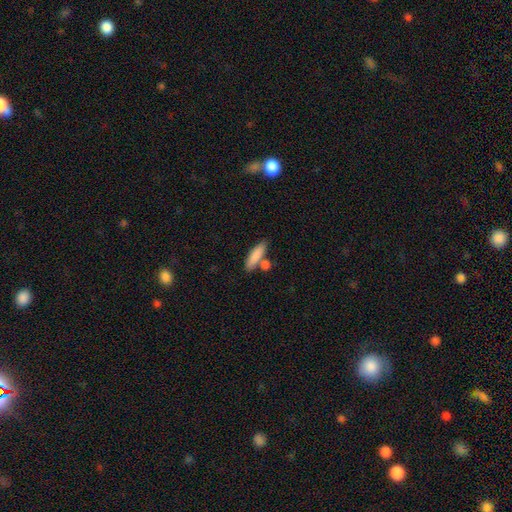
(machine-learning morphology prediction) This appears to be a smooth galaxy with no disk features (85%) that is cigar-shaped (54%). Merging: none (66%).